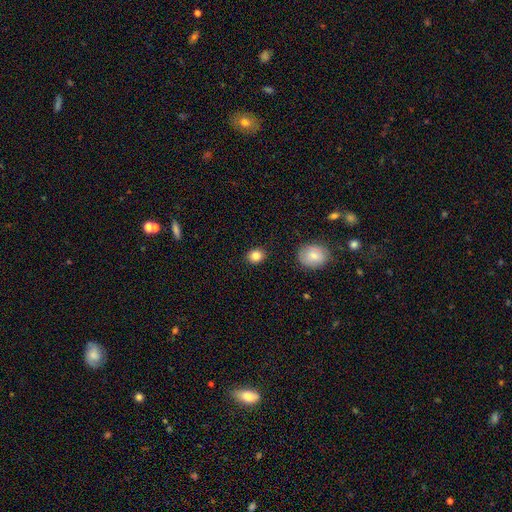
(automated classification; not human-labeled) This is clearly a smooth galaxy (84%). How rounded: likely round (66%). Merging: clearly none (89%).